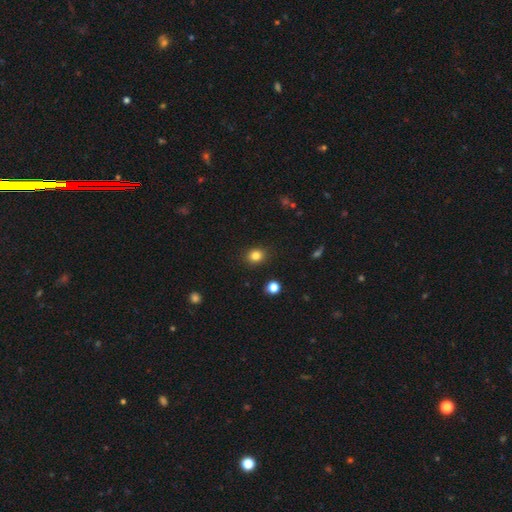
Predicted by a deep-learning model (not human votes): Smooth or featured? smooth (82%)
How rounded? round (67%)
Merging? none (89%)